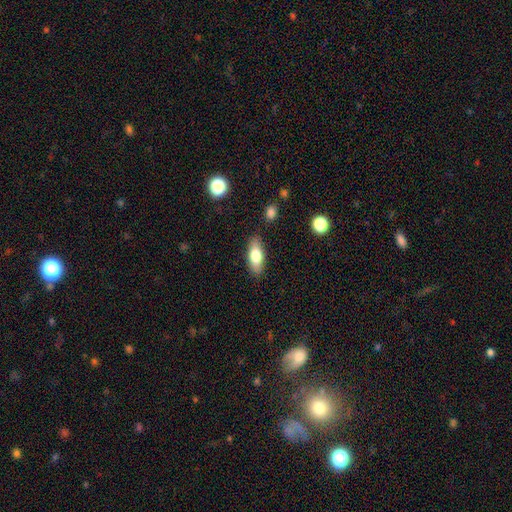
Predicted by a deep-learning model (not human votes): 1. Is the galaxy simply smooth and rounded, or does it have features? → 76% smooth, 17% featured or disk, 7% star or artifact.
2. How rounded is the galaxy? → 78% in between, 19% cigar-shaped, 3% round.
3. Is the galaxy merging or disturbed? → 85% none, 11% minor disturbance, 3% major disturbance, 2% merger.